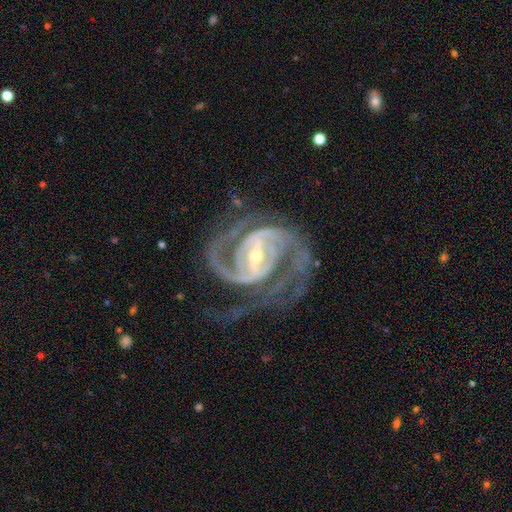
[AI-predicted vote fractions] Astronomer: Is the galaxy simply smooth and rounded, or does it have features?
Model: featured or disk — 93%.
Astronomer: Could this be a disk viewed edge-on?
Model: no — 98%.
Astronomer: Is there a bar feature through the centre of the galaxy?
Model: strong — 60%.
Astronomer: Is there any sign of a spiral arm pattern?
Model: yes — 98%.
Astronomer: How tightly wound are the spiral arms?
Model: medium — 49% (runner-up: tight, 42%).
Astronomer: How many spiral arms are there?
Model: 2 — 69%.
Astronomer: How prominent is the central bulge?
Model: small — 54% (runner-up: moderate, 42%).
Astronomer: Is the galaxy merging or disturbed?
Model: none — 62%.